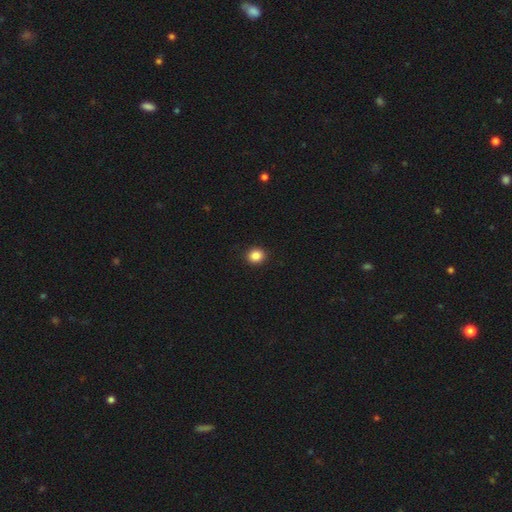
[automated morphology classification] Smooth or featured?
  - smooth: 87% *
  - star or artifact: 10%
  - featured or disk: 3%
How rounded?
  - round: 76% *
  - in between: 23%
  - cigar-shaped: 1%
Merging?
  - none: 92% *
  - minor disturbance: 5%
  - major disturbance: 2%
  - merger: 1%